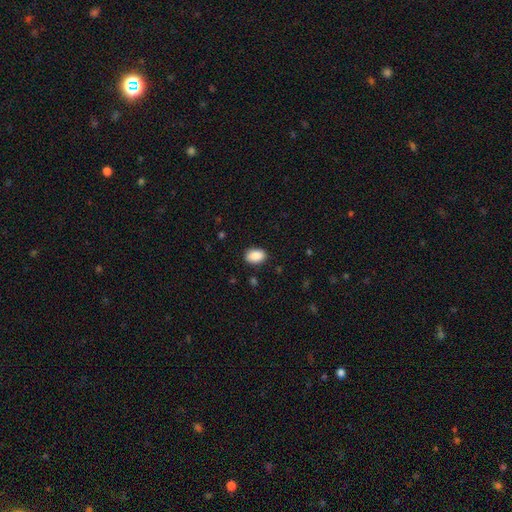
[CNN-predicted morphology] Smooth or featured?
  - smooth: 89% *
  - star or artifact: 7%
  - featured or disk: 3%
How rounded?
  - in between: 84% *
  - round: 15%
  - cigar-shaped: 1%
Merging?
  - none: 87% *
  - minor disturbance: 10%
  - major disturbance: 2%
  - merger: 1%